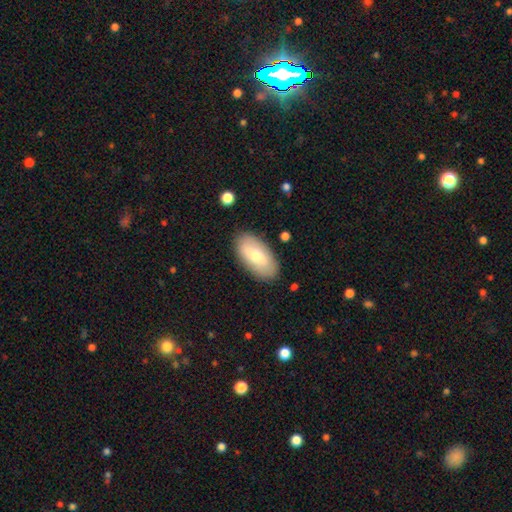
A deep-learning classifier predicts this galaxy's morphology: Smooth or featured? Predicted: smooth (p=0.62). How rounded? Predicted: in between (p=0.93). Merging? Predicted: none (p=0.86).